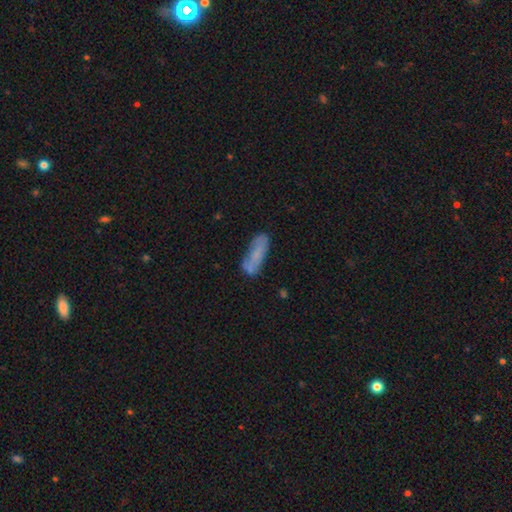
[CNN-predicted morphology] This is likely a smooth galaxy (66%). How rounded: possibly cigar-shaped (50%). Merging: possibly none (58%).